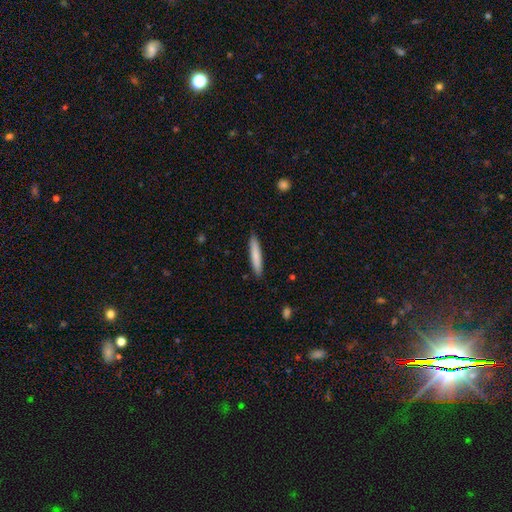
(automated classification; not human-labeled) This is likely a smooth galaxy (80%). How rounded: clearly cigar-shaped (92%). Merging: clearly none (90%).